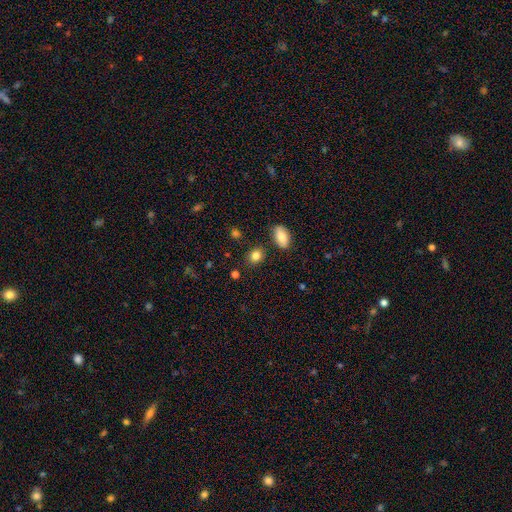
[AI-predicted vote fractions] smooth-or-featured: smooth: 84% | star or artifact: 10% | featured or disk: 5%
  how-rounded: round: 55% | in between: 44% | cigar-shaped: 2%
  merging: none: 84% | minor disturbance: 9% | merger: 4% | major disturbance: 3%